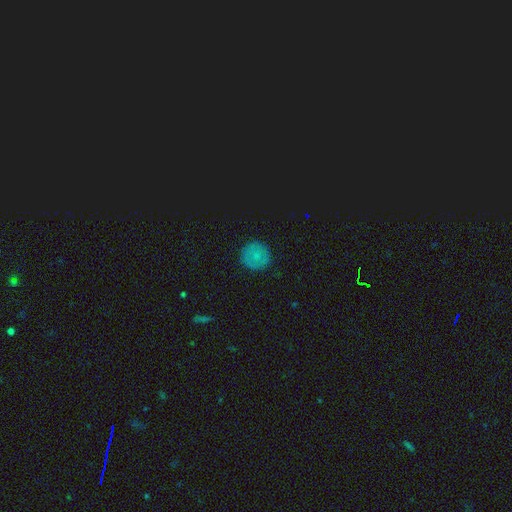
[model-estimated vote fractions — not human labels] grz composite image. It shows a smooth galaxy with no disk features (73%) that is round (94%). Merging: none (88%).